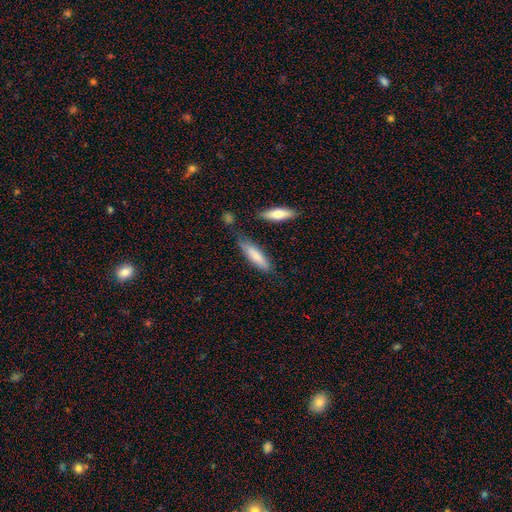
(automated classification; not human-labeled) smooth 78%, featured or disk 16%, star or artifact 6%. Down the decision tree: how rounded — cigar-shaped (67%); merging — none (69%).